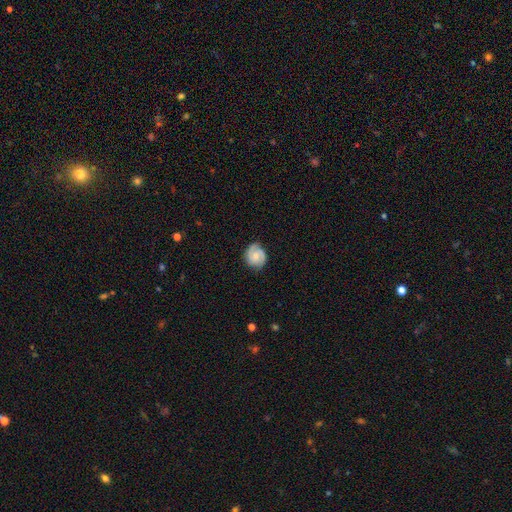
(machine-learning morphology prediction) A featured or disk galaxy (62%) with no bar (67%), 2 (74%) tight (53%) spiral arms (93%) and a small central bulge (51%). Merging: none (75%).